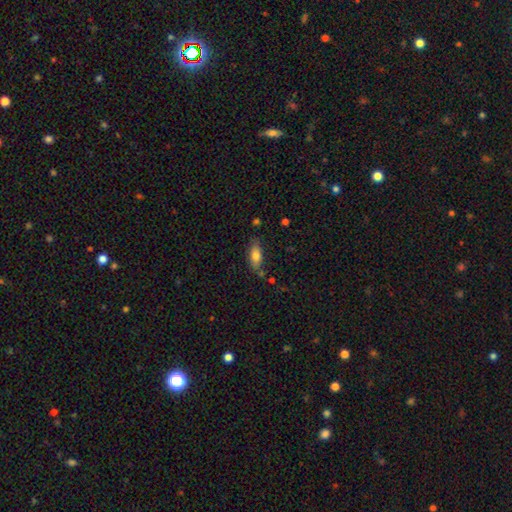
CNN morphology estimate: This is likely a smooth galaxy (79%). How rounded: likely in between (79%). Merging: likely none (71%).